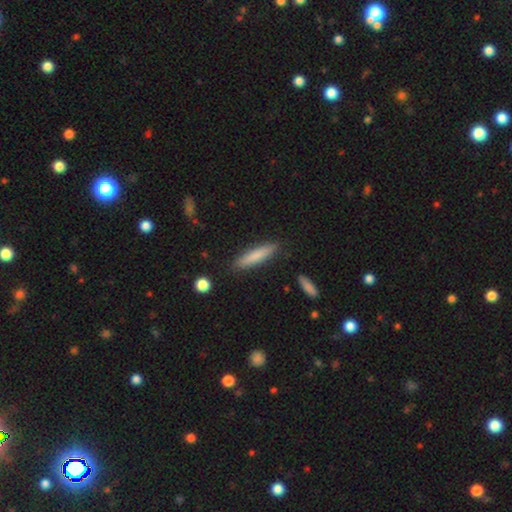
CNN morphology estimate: smooth 79%, featured or disk 15%, star or artifact 6%. Down the decision tree: how rounded — cigar-shaped (85%); merging — none (88%).